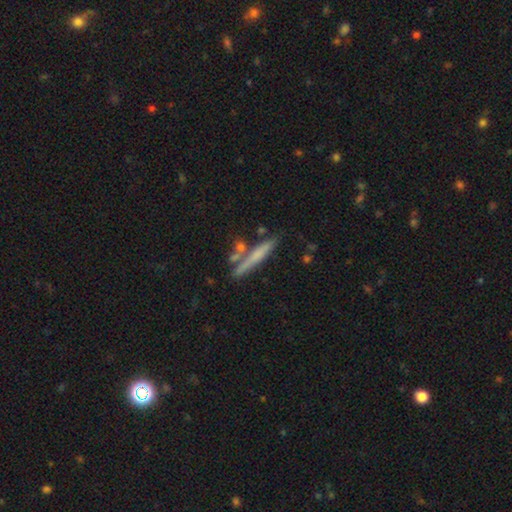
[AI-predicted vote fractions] smooth 54%, featured or disk 38%, star or artifact 7%. Down the decision tree: how rounded — cigar-shaped (93%); merging — none (72%).